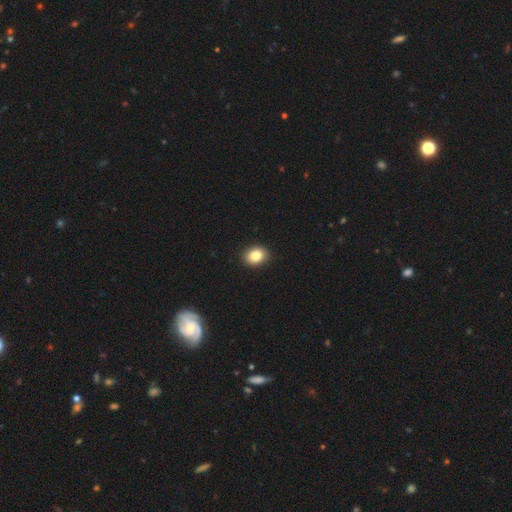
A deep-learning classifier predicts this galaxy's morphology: Smooth or featured: smooth — 85% (star or artifact — 9%)
How rounded: in between — 55% (round — 44%)
Merging: none — 91% (minor disturbance — 7%)